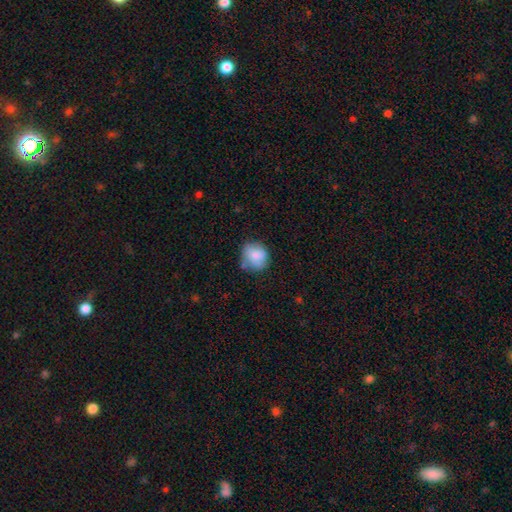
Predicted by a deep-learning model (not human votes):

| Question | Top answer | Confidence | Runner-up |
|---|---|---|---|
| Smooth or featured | smooth | 78% | featured or disk (14%) |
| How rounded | round | 72% | in between (27%) |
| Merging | none | 62% | minor disturbance (27%) |